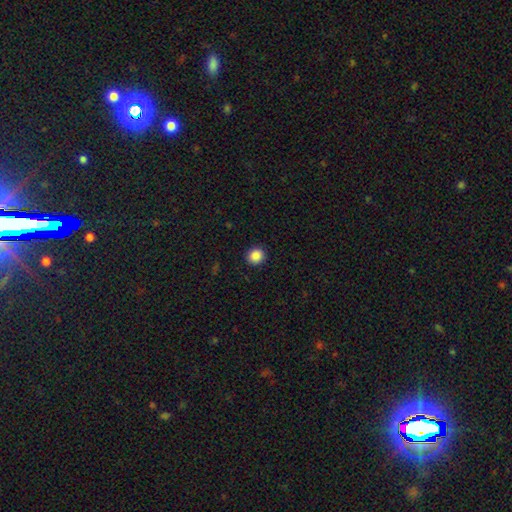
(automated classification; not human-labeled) Morphology: type=smooth (88%); roundness=round (88%); merging=none (91%).